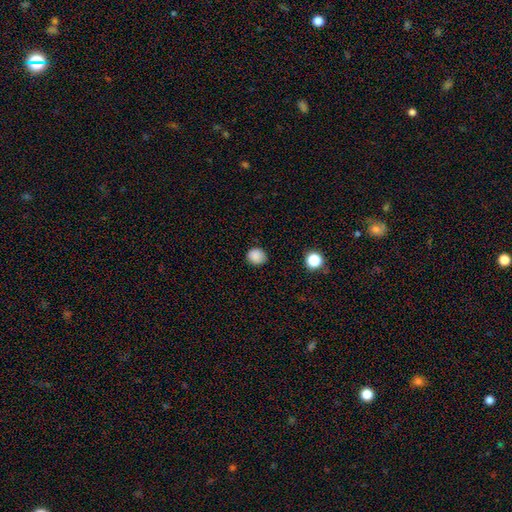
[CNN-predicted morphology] smooth_or_featured: smooth (p=0.85) [alt: star or artifact p=0.11]
how_rounded: round (p=0.76) [alt: in between p=0.23]
merging: none (p=0.79) [alt: minor disturbance p=0.16]